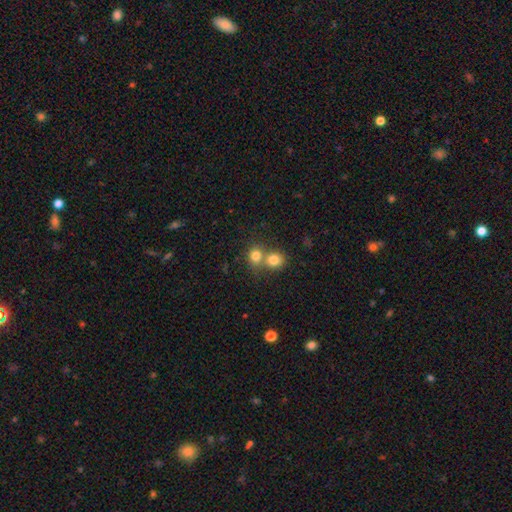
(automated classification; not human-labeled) The model was most divided on "merging": merger: 54%, none: 38%, minor disturbance: 6%, major disturbance: 2%. More confident: smooth or featured — smooth (79%); how rounded — round (76%).